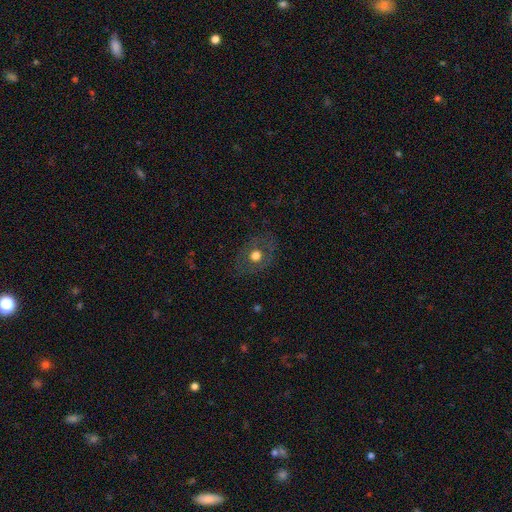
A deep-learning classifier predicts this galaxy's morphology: Q: Smooth or featured?
A: smooth (53%); runner-up: featured or disk (35%)
Q: How rounded?
A: round (54%); runner-up: in between (44%)
Q: Merging?
A: none (80%); runner-up: minor disturbance (12%)